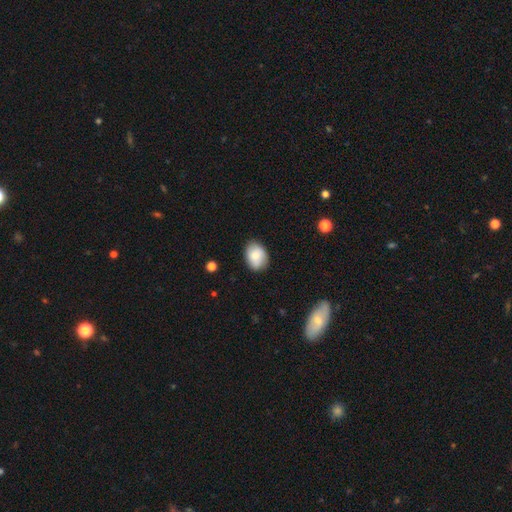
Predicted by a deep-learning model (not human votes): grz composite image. It shows a smooth galaxy with no disk features (76%) that is in between round and cigar-shaped (74%). Merging: none (80%).